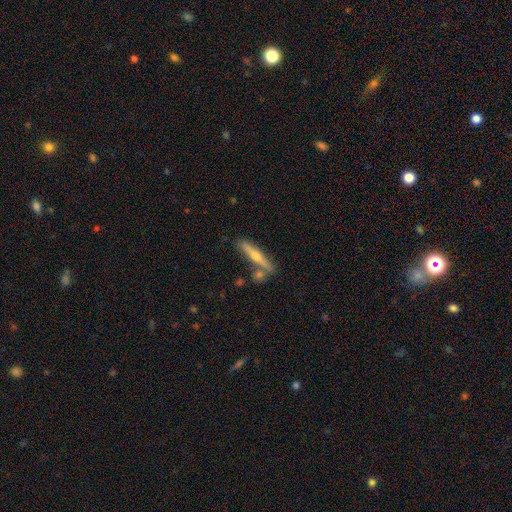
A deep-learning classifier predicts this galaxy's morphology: A featured or disk galaxy (59%) viewed edge-on (94%) with a rounded central bulge (88%). Merging: none (73%).